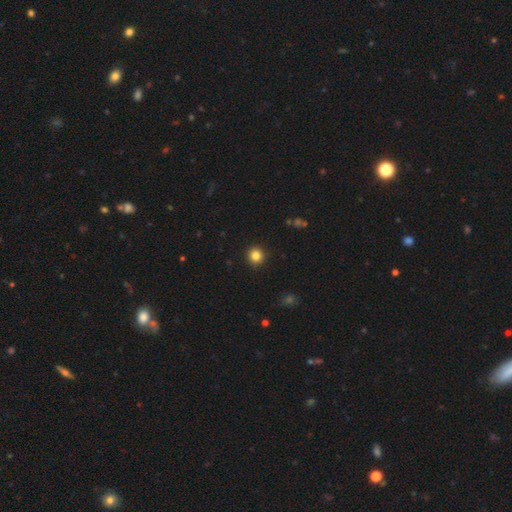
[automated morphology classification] Q: Smooth or featured?
A: smooth (83%); runner-up: star or artifact (12%)
Q: How rounded?
A: round (94%); runner-up: in between (5%)
Q: Merging?
A: none (93%); runner-up: minor disturbance (5%)